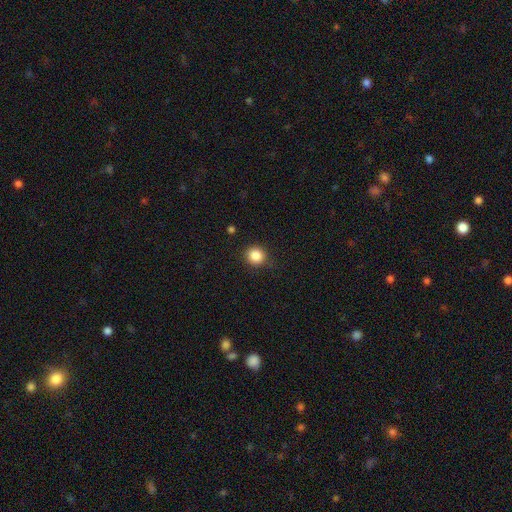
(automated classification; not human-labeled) Smooth or featured? Predicted: smooth (p=0.86). How rounded? Predicted: round (p=0.90). Merging? Predicted: none (p=0.87).